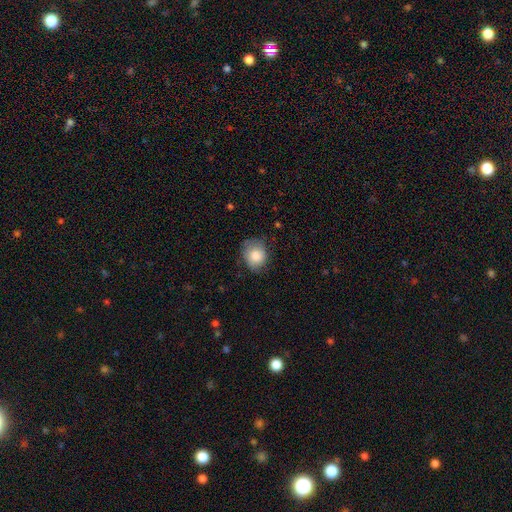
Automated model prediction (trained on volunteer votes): Smooth or featured?
  - smooth: 80% *
  - featured or disk: 12%
  - star or artifact: 7%
How rounded?
  - round: 64% *
  - in between: 35%
  - cigar-shaped: 1%
Merging?
  - none: 66% *
  - minor disturbance: 26%
  - major disturbance: 7%
  - merger: 1%